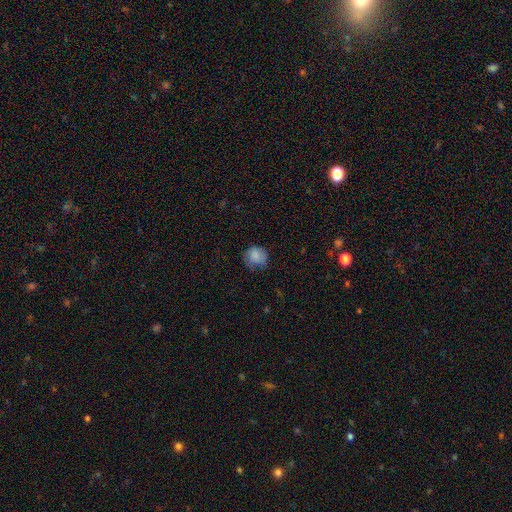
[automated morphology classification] Smooth or featured? Predicted: smooth (p=0.83). How rounded? Predicted: round (p=0.81). Merging? Predicted: none (p=0.66).